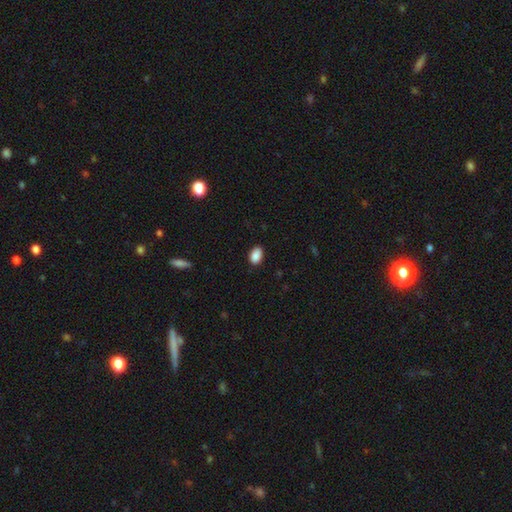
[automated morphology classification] The model was most divided on "merging": none: 86%, minor disturbance: 11%, major disturbance: 2%, merger: 1%. More confident: smooth or featured — smooth (89%); how rounded — in between (88%).